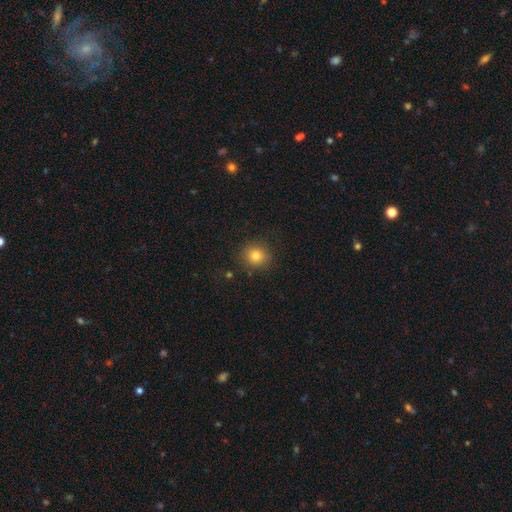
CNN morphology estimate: Smooth or featured? smooth (79%)
How rounded? round (89%)
Merging? none (87%)